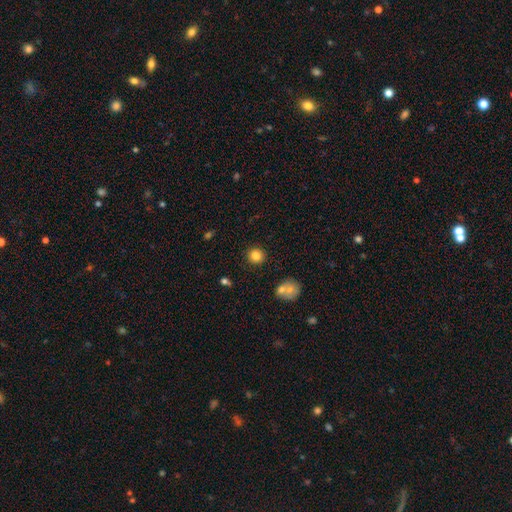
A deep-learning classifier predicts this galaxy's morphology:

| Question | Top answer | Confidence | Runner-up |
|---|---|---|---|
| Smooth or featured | smooth | 82% | star or artifact (11%) |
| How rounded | round | 92% | in between (7%) |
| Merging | none | 88% | minor disturbance (6%) |